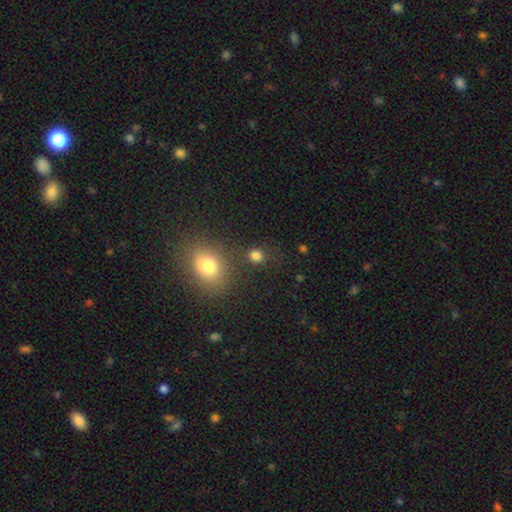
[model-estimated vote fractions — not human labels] This appears to be a smooth galaxy with no disk features (80%) that is round (80%). Merging: none (78%).